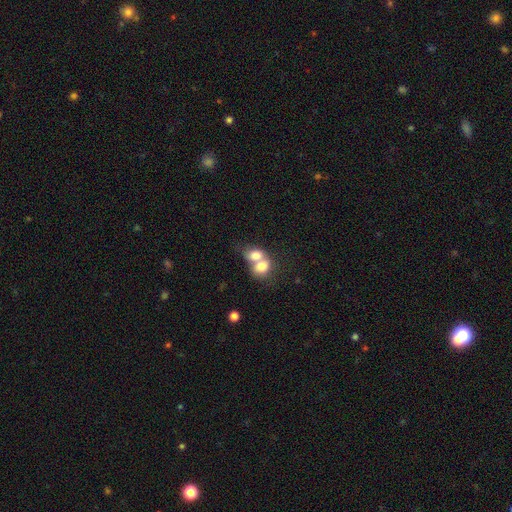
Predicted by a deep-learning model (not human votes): smooth 75%, featured or disk 17%, star or artifact 9%. Down the decision tree: how rounded — in between (60%); merging — merger (74%).